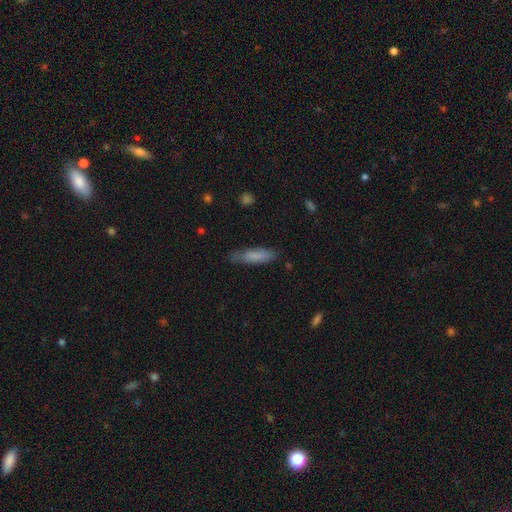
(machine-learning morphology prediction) A smooth galaxy with no disk features (80%) that is cigar-shaped (69%).

Vote fractions:
- Smooth or featured? smooth: 80% / featured or disk: 14% / star or artifact: 6%
- How rounded? cigar-shaped: 69% / in between: 30% / round: 1%
- Merging? none: 74% / minor disturbance: 20% / major disturbance: 4% / merger: 2%